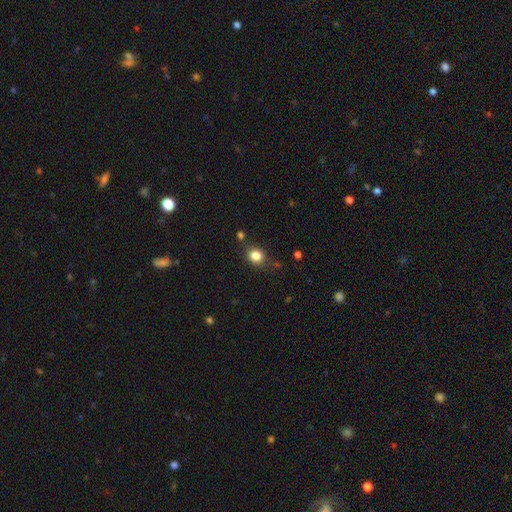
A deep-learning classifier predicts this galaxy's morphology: smooth 83%, star or artifact 11%, featured or disk 6%. Down the decision tree: how rounded — round (71%); merging — none (79%).